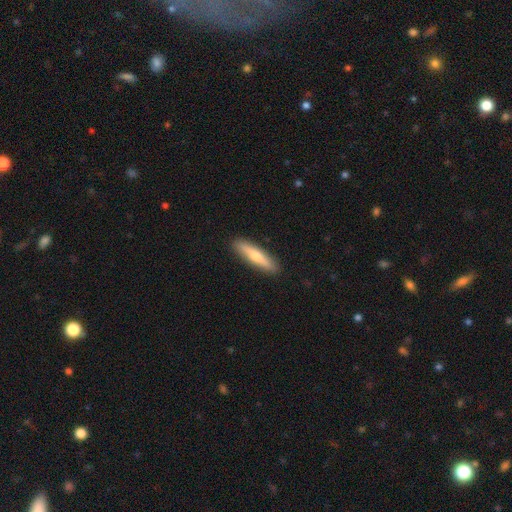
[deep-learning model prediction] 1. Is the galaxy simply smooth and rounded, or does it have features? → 58% smooth, 36% featured or disk, 6% star or artifact.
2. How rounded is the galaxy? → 82% cigar-shaped, 17% in between, 2% round.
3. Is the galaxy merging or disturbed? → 90% none, 7% minor disturbance, 2% major disturbance, 1% merger.